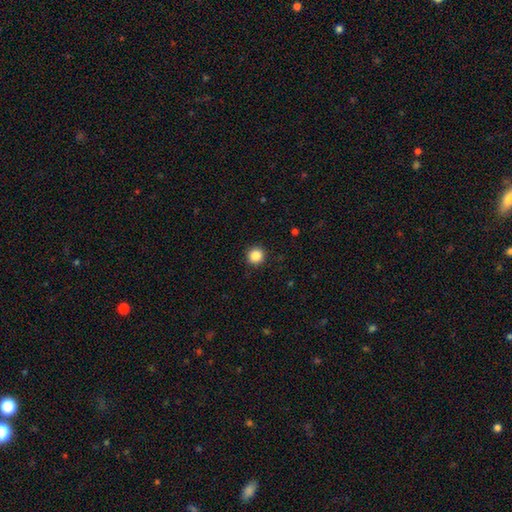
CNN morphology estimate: This appears to be a smooth galaxy with no disk features (86%) that is round (95%). Merging: none (93%).